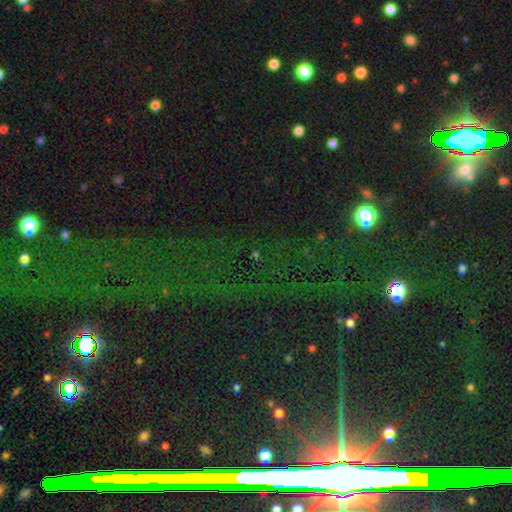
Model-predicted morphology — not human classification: A star or artifact, not a galaxy (76%).